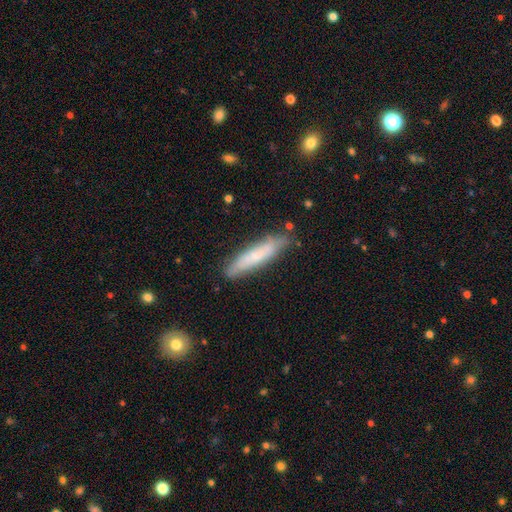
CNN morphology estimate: Overall: smooth (64%; featured or disk 29%). How rounded: cigar-shaped (85%). Merging: none (81%).